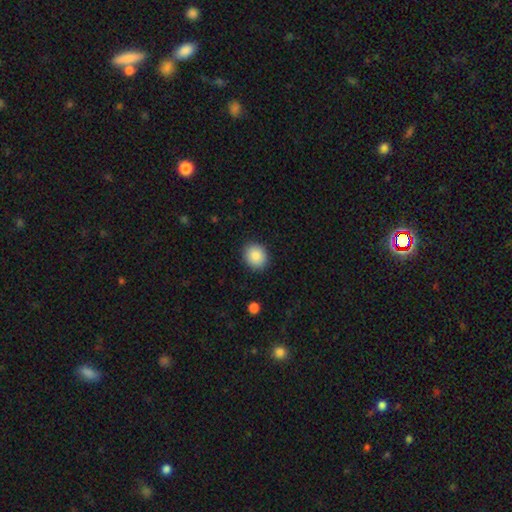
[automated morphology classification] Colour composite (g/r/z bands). It shows a smooth galaxy with no disk features (87%) that is round (75%). Merging: none (90%).